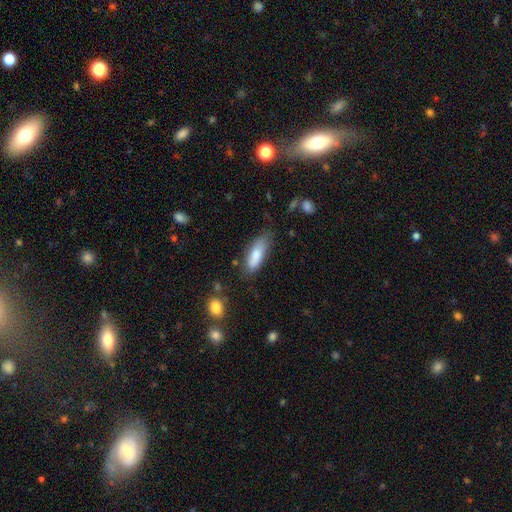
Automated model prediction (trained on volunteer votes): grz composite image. It shows a smooth galaxy with no disk features (82%) that is in between round and cigar-shaped (63%). Merging: none (66%).